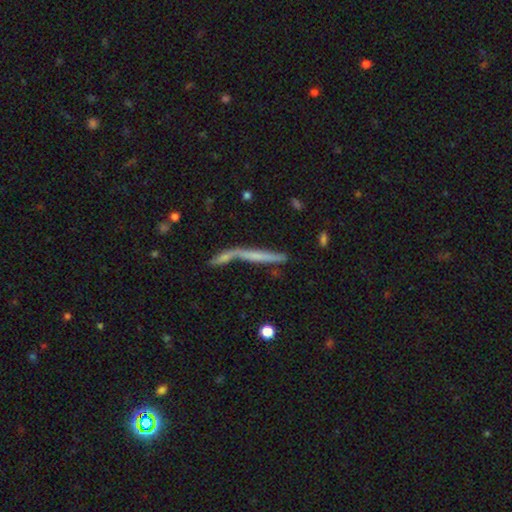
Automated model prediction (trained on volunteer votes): A featured or disk galaxy (48%).

Vote fractions:
- Smooth or featured? featured or disk: 48% / smooth: 41% / star or artifact: 10%
- Merging? none: 45% / merger: 32% / minor disturbance: 14% / major disturbance: 9%